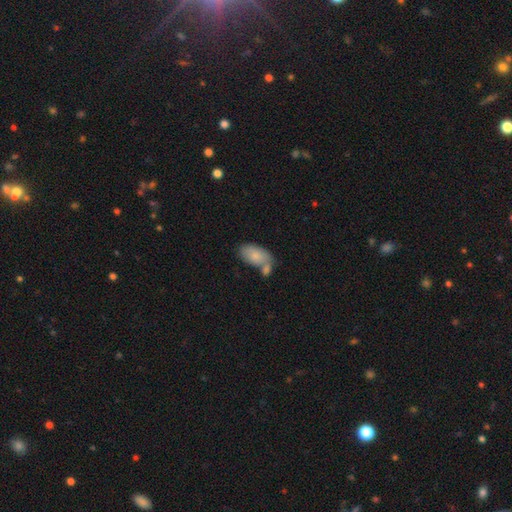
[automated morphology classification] A smooth galaxy with no disk features (79%) that is in between round and cigar-shaped (94%).

Vote fractions:
- Smooth or featured? smooth: 79% / featured or disk: 15% / star or artifact: 6%
- How rounded? in between: 94% / round: 4% / cigar-shaped: 2%
- Merging? none: 39% / merger: 38% / minor disturbance: 17% / major disturbance: 6%